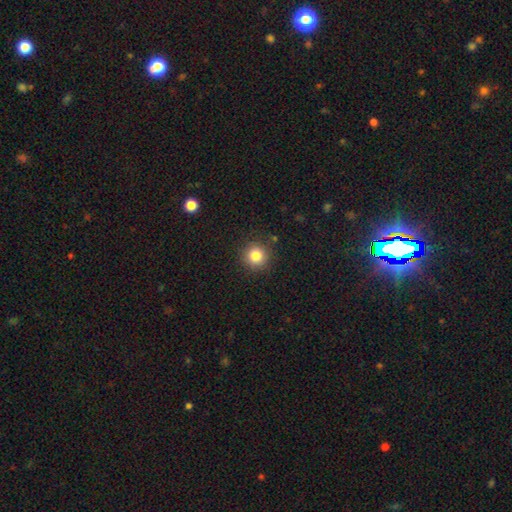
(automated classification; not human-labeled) smooth 83%, star or artifact 11%, featured or disk 6%. Down the decision tree: how rounded — round (94%); merging — none (89%).